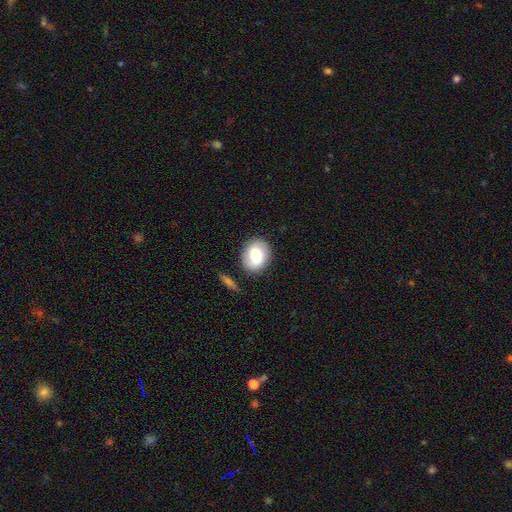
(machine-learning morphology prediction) The model was most divided on "how rounded": round: 57%, in between: 42%, cigar-shaped: 1%. More confident: merging — none (81%); smooth or featured — smooth (67%).